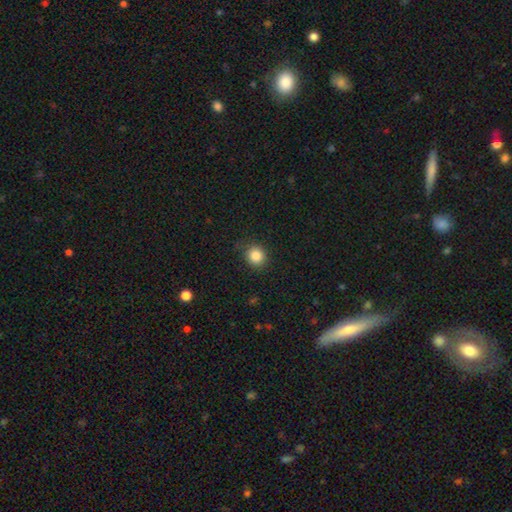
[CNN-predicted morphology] A smooth galaxy with no disk features (85%) that is round (83%). Merging: none (85%).